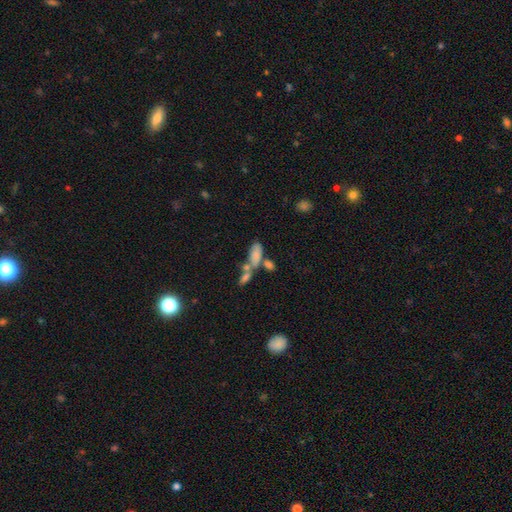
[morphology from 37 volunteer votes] type=smooth (86%); roundness=in between (88%); merging=merger (58%).